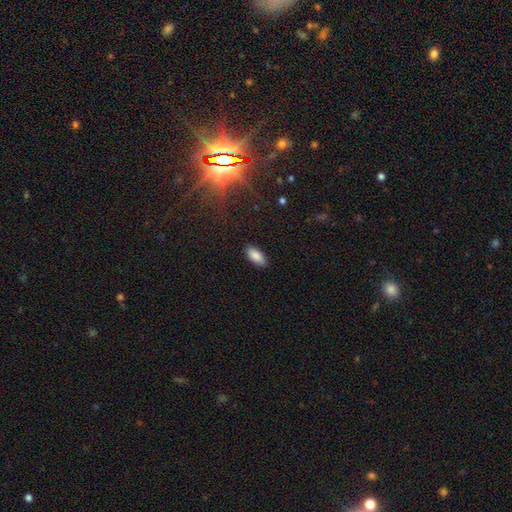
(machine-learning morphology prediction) smooth_or_featured: smooth (p=0.87) [alt: star or artifact p=0.07]
how_rounded: in between (p=0.88) [alt: cigar-shaped p=0.10]
merging: none (p=0.88) [alt: minor disturbance p=0.09]